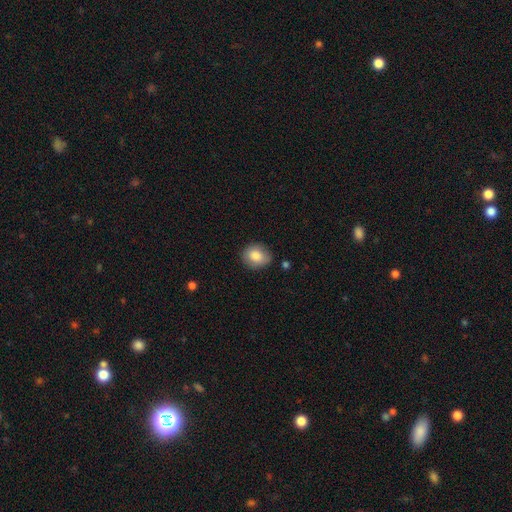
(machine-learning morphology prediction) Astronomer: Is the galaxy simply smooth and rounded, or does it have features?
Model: smooth — 82%.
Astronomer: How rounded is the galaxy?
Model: round — 58% (runner-up: in between, 41%).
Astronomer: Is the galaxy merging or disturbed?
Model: none — 75%.